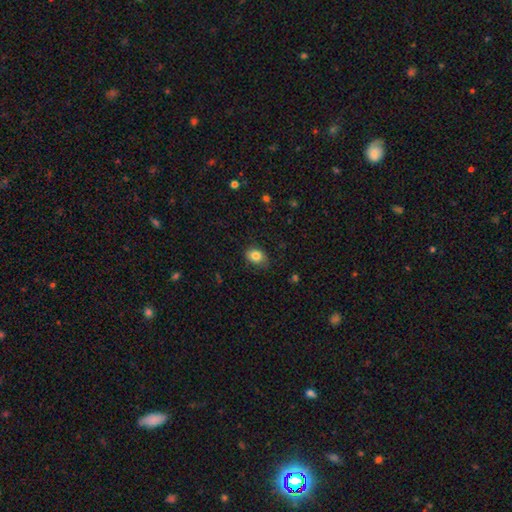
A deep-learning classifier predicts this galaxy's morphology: smooth 84%, star or artifact 9%, featured or disk 7%. Down the decision tree: how rounded — in between (71%); merging — none (77%).